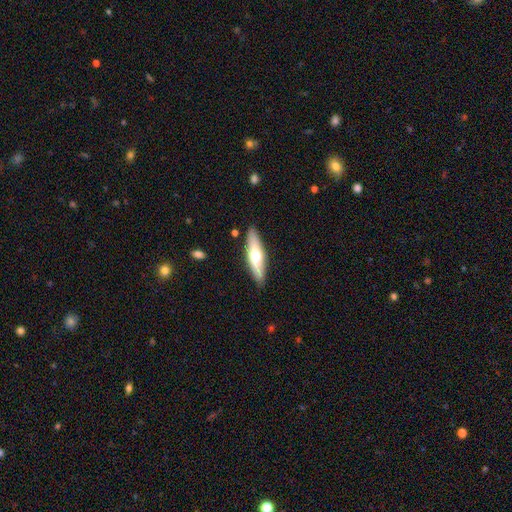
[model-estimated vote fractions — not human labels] smooth-or-featured: smooth: 51% | featured or disk: 43% | star or artifact: 6%
  how-rounded: cigar-shaped: 62% | in between: 36% | round: 2%
  merging: none: 87% | minor disturbance: 10% | major disturbance: 2% | merger: 2%